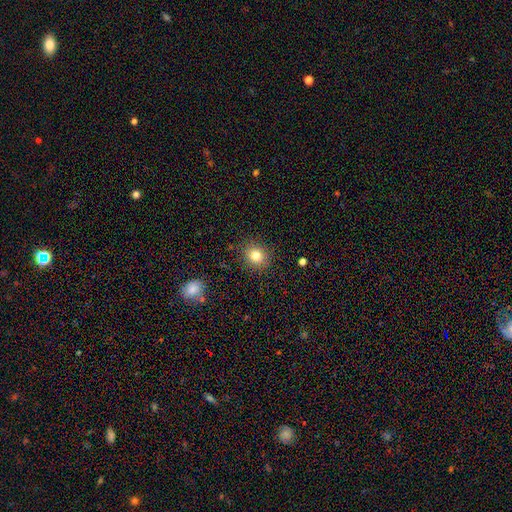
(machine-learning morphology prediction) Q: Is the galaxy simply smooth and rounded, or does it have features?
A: smooth — 80%.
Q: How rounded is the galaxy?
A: round — 77%.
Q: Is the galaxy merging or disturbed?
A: none — 89%.